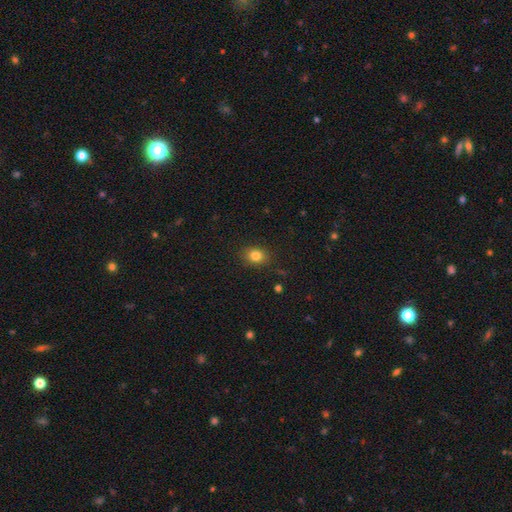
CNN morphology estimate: Smooth or featured? Predicted: smooth (p=0.82). How rounded? Predicted: in between (p=0.53). Merging? Predicted: none (p=0.87).